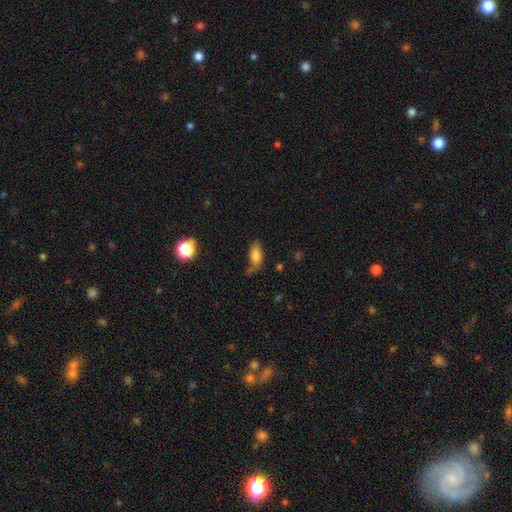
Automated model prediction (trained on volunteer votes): smooth-or-featured: smooth: 76% | featured or disk: 14% | star or artifact: 10%
  how-rounded: in between: 85% | cigar-shaped: 10% | round: 5%
  merging: none: 53% | minor disturbance: 27% | major disturbance: 11% | merger: 10%